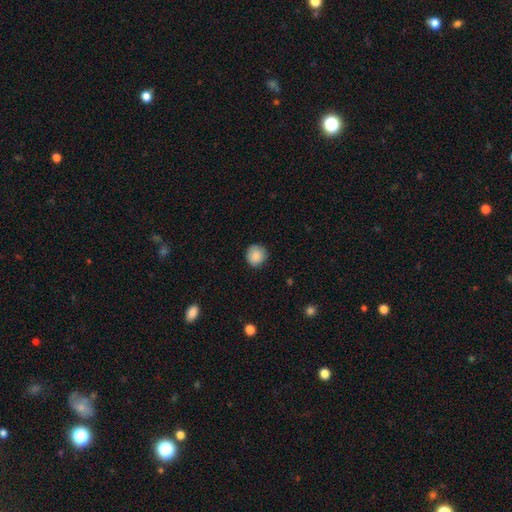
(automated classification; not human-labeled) Morphology: type=smooth (87%); roundness=round (91%); merging=none (84%).